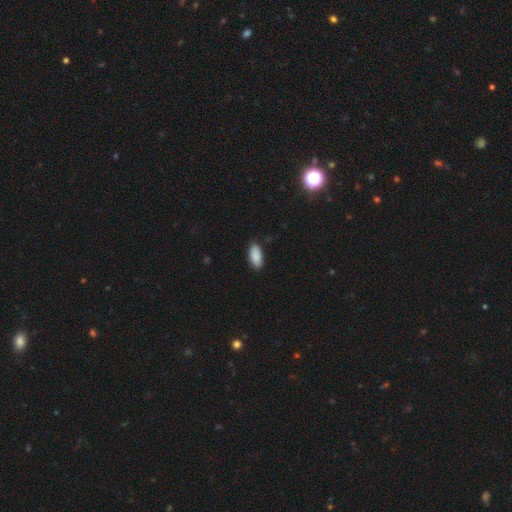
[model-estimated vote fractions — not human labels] Morphology: type=smooth (90%); roundness=in between (92%); merging=none (85%).